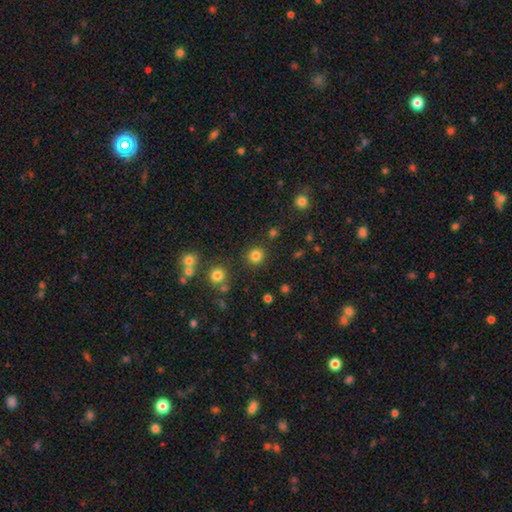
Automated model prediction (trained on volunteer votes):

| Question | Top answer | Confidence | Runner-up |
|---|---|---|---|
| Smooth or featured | smooth | 81% | star or artifact (14%) |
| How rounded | round | 92% | in between (7%) |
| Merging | none | 88% | minor disturbance (6%) |